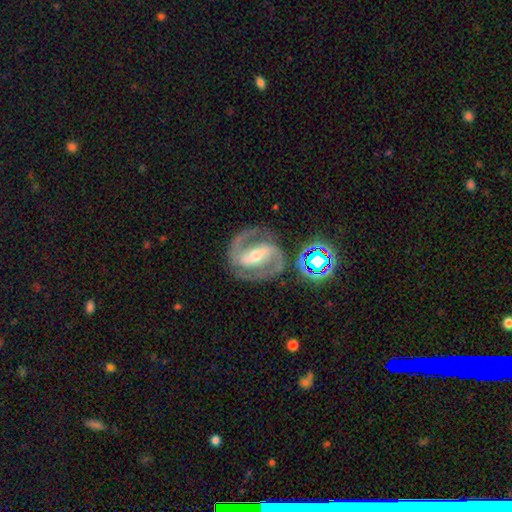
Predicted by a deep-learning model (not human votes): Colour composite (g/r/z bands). It shows a featured or disk galaxy (90%) with a strong bar (69%), 2 (93%) medium (56%) spiral arms (97%) and a moderate central bulge (52%). Merging: none (82%).